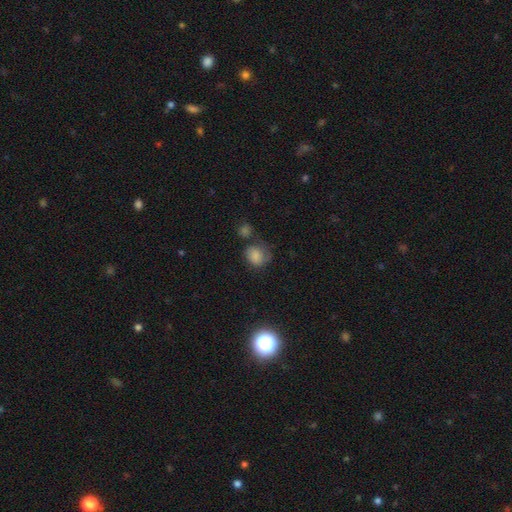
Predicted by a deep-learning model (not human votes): This appears to be a smooth galaxy with no disk features (76%) that is round (64%). Merging: none (46%).